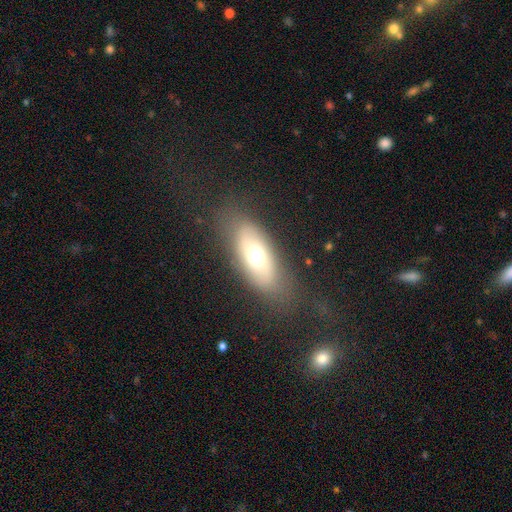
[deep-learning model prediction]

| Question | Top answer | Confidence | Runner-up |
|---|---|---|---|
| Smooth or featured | smooth | 59% | featured or disk (33%) |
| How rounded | in between | 79% | cigar-shaped (16%) |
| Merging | none | 72% | minor disturbance (17%) |